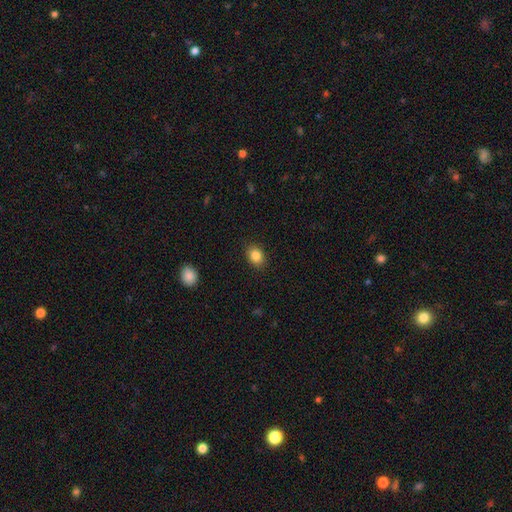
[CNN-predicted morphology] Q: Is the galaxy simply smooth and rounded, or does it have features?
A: smooth — 85%.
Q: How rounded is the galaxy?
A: in between — 61%.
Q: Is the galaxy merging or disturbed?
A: none — 88%.